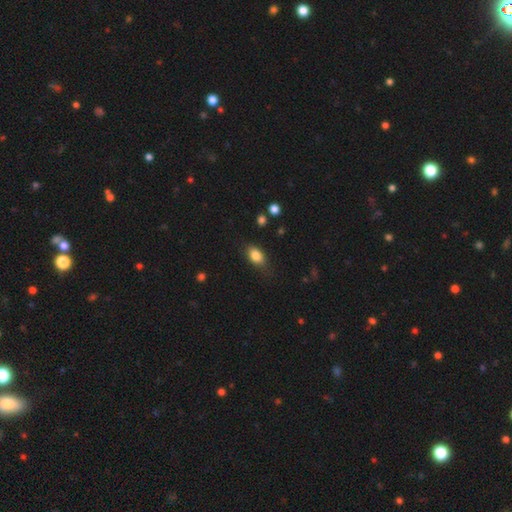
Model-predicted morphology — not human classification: This appears to be a smooth galaxy with no disk features (83%) that is in between round and cigar-shaped (85%). Merging: none (77%).